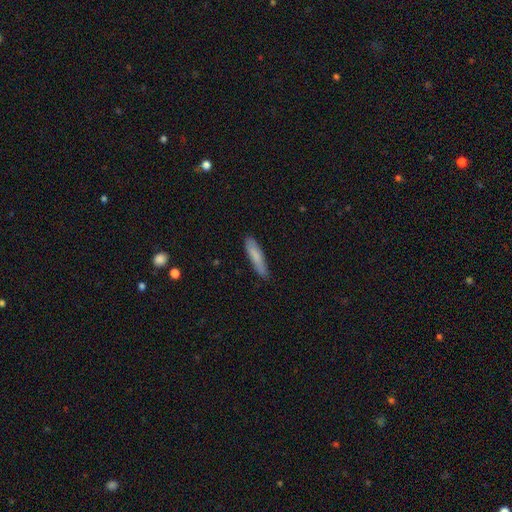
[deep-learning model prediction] Morphology: type=smooth (78%); roundness=cigar-shaped (83%); merging=none (81%).